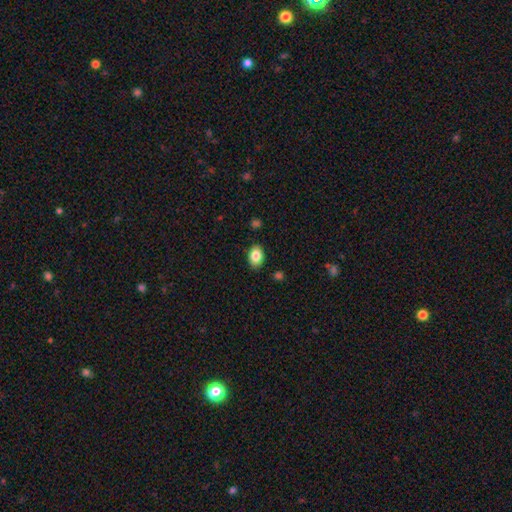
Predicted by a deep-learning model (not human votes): smooth_or_featured: smooth (p=0.84) [alt: star or artifact p=0.08]
how_rounded: in between (p=0.85) [alt: round p=0.14]
merging: none (p=0.87) [alt: minor disturbance p=0.10]